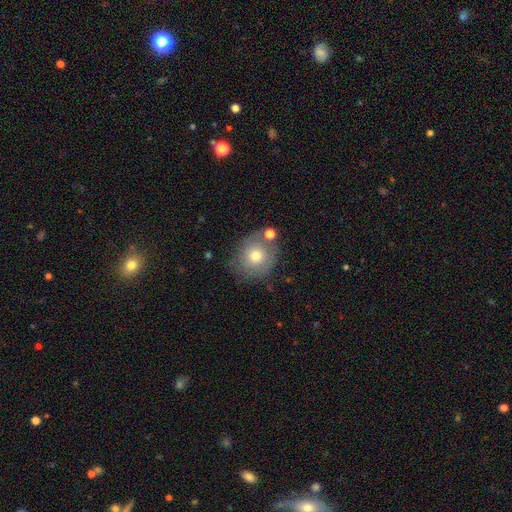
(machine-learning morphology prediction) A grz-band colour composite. It shows a smooth galaxy with no disk features (68%) that is round (77%). Merging: none (62%).